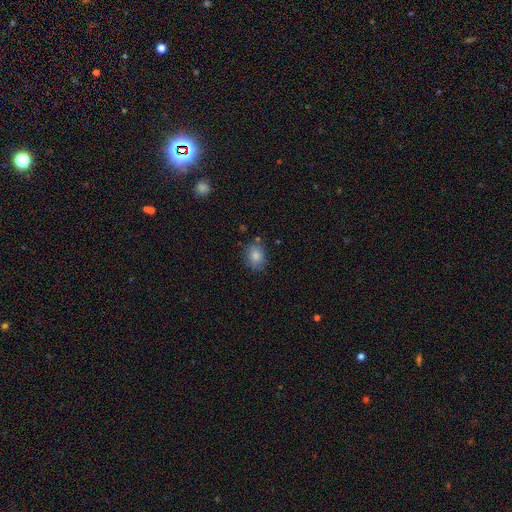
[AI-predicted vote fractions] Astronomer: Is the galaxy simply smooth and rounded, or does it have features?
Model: smooth — 83%.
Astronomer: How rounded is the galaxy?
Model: in between — 61% (runner-up: round, 38%).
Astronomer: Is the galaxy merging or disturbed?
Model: none — 77%.